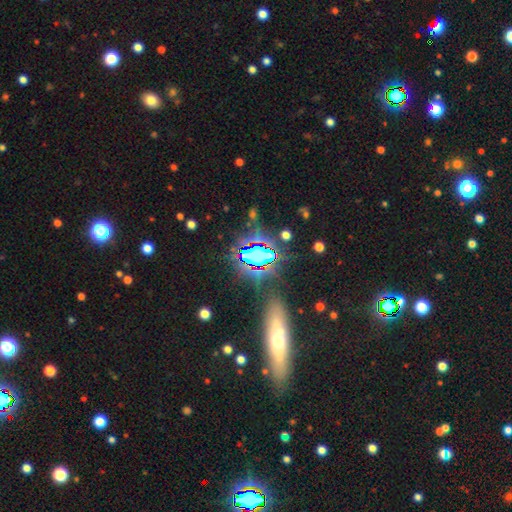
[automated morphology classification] Overall: star or artifact (67%).